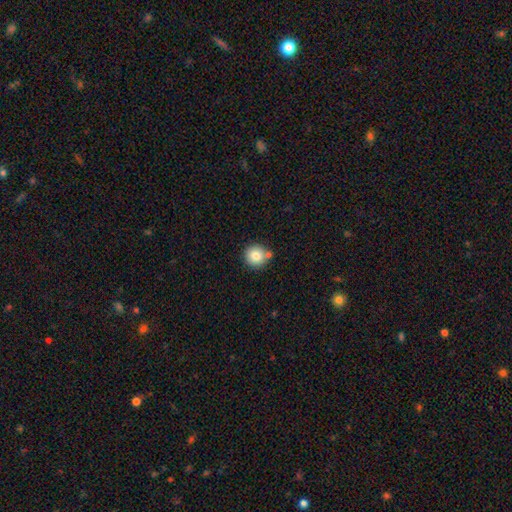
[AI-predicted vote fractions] smooth 81%, star or artifact 9%, featured or disk 9%. Down the decision tree: how rounded — round (93%); merging — none (70%).